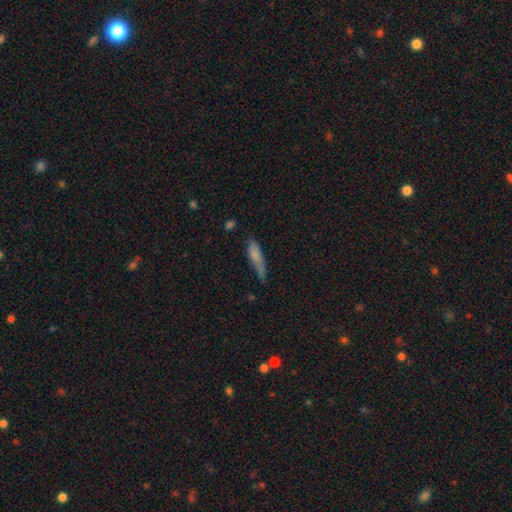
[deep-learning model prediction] A smooth galaxy with no disk features (73%) that is cigar-shaped (77%).

Vote fractions:
- Smooth or featured? smooth: 73% / featured or disk: 19% / star or artifact: 8%
- How rounded? cigar-shaped: 77% / in between: 21% / round: 2%
- Merging? none: 52% / minor disturbance: 34% / major disturbance: 10% / merger: 4%